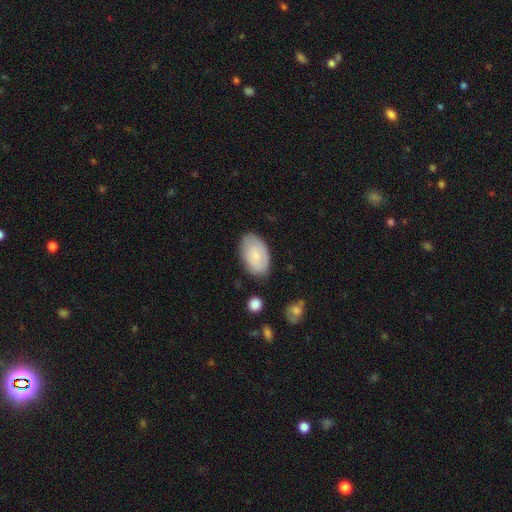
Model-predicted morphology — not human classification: A smooth galaxy with no disk features (71%) that is in between round and cigar-shaped (92%). Merging: none (78%).